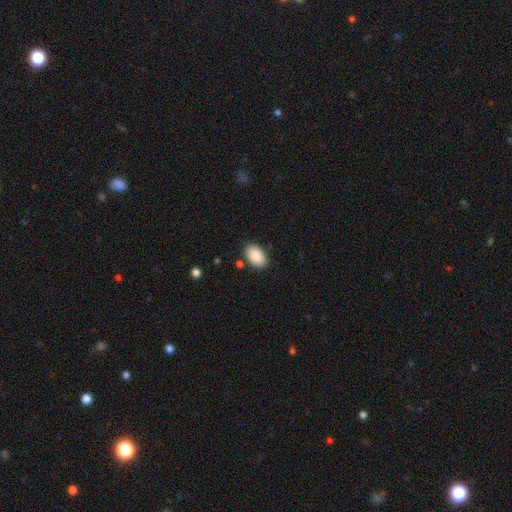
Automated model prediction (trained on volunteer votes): A smooth galaxy with no disk features (87%) that is in between round and cigar-shaped (92%).

Vote fractions:
- Smooth or featured? smooth: 87% / star or artifact: 7% / featured or disk: 6%
- How rounded? in between: 92% / round: 6% / cigar-shaped: 1%
- Merging? none: 85% / minor disturbance: 10% / merger: 3% / major disturbance: 2%